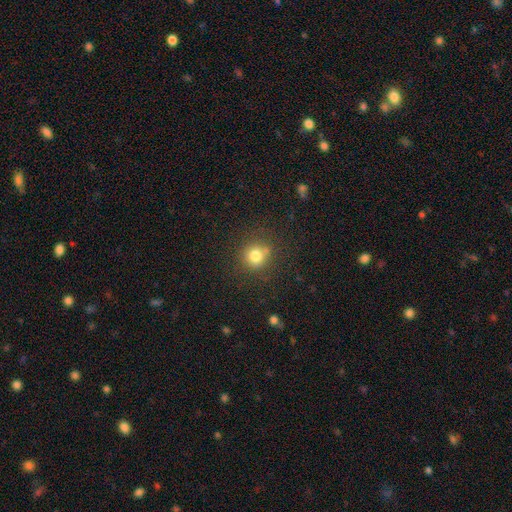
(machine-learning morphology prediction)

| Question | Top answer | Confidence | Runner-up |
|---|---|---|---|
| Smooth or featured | smooth | 78% | star or artifact (14%) |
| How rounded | round | 90% | in between (9%) |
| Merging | none | 76% | minor disturbance (11%) |